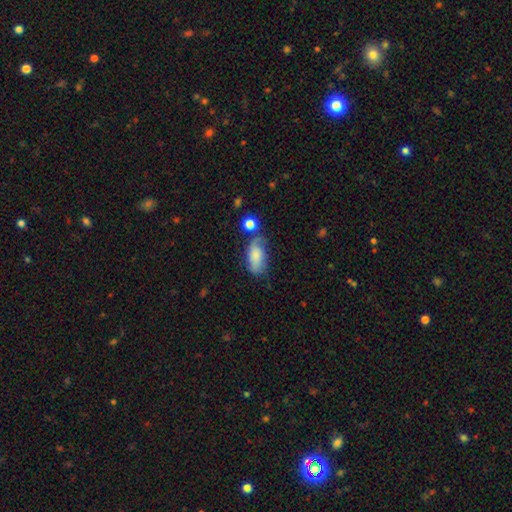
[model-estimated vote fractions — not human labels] Overall: smooth (69%). How rounded: in between (90%). Merging: none (46%; minor disturbance 31%).